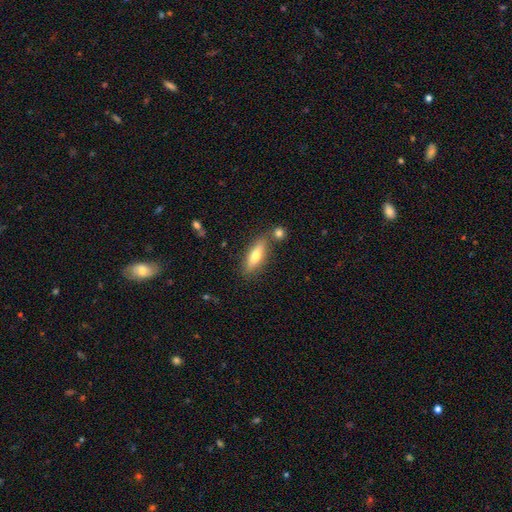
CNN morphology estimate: This is likely a smooth galaxy (65%). How rounded: possibly in between (49%, tied with cigar-shaped). Merging: likely none (73%).